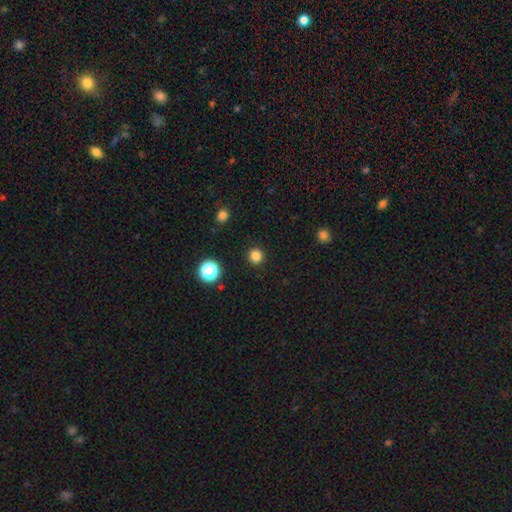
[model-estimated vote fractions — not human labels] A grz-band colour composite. It shows a smooth galaxy with no disk features (82%) that is round (94%). Merging: none (92%).